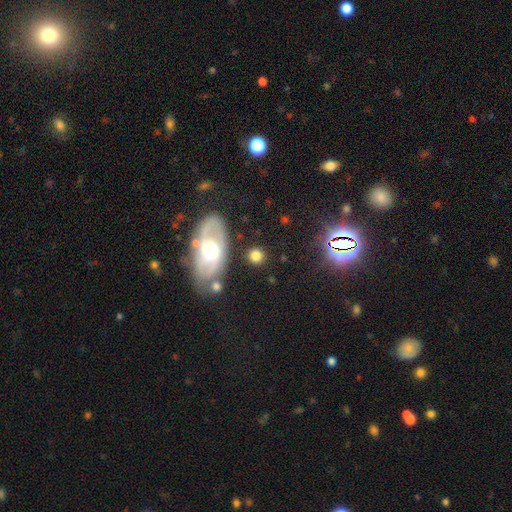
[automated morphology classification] smooth_or_featured: smooth (p=0.72) [alt: featured or disk p=0.18]
how_rounded: round (p=0.75) [alt: in between p=0.22]
merging: none (p=0.79) [alt: minor disturbance p=0.10]